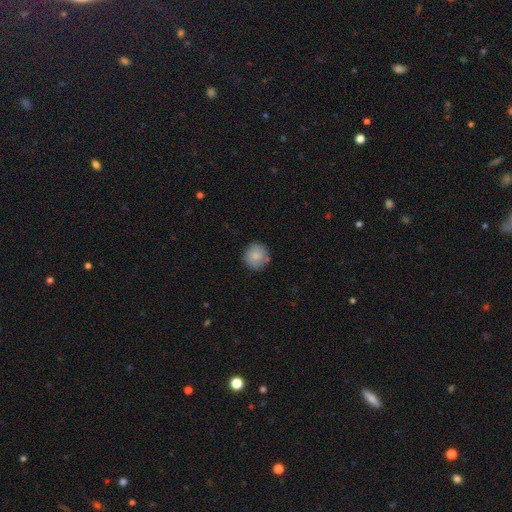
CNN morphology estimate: Smooth or featured?
  - smooth: 84% *
  - featured or disk: 9%
  - star or artifact: 7%
How rounded?
  - round: 93% *
  - in between: 6%
  - cigar-shaped: 1%
Merging?
  - none: 84% *
  - minor disturbance: 11%
  - major disturbance: 2%
  - merger: 2%